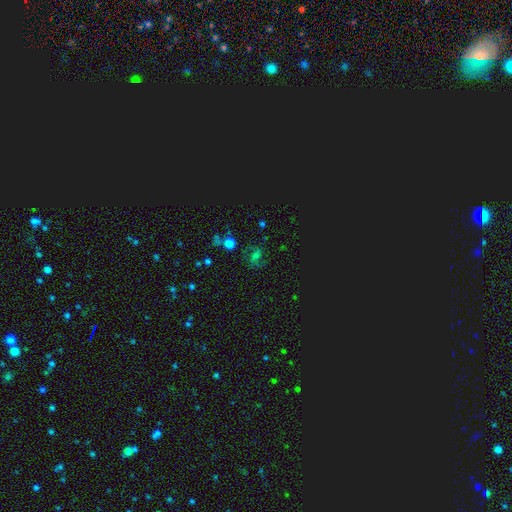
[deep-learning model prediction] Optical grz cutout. It shows a featured or disk galaxy (45%). Merging: none (71%).